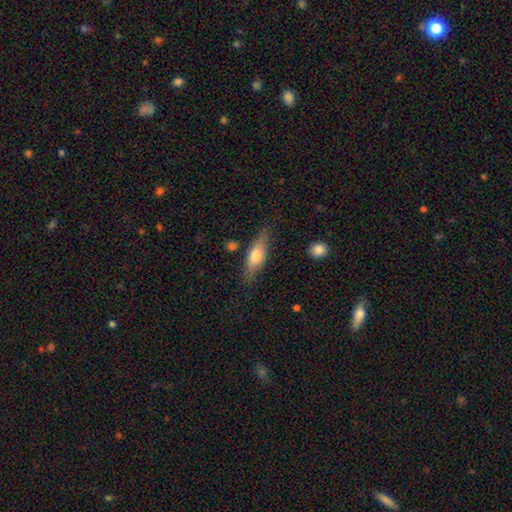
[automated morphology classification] type=smooth (59%); roundness=in between (49%); merging=none (78%).